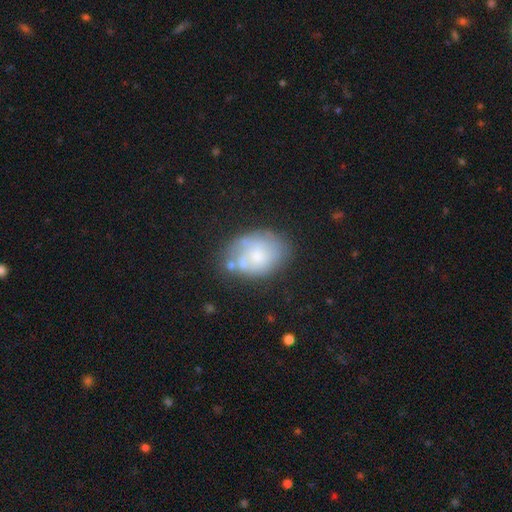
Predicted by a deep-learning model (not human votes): The model was most divided on "smooth or featured": smooth: 52%, featured or disk: 39%, star or artifact: 9%. More confident: how rounded — in between (64%); merging — none (53%).